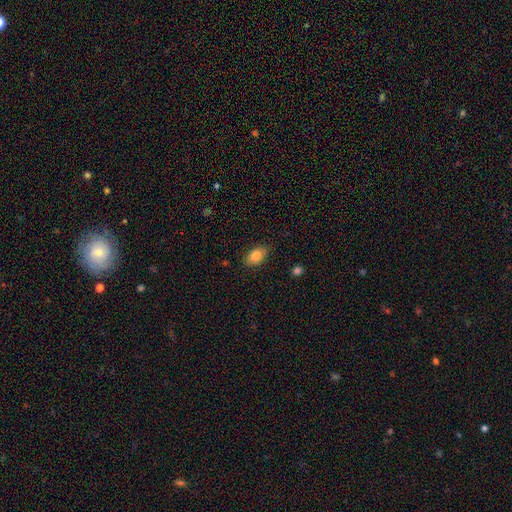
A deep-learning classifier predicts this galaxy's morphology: Smooth or featured? smooth (84%)
How rounded? in between (89%)
Merging? none (83%)